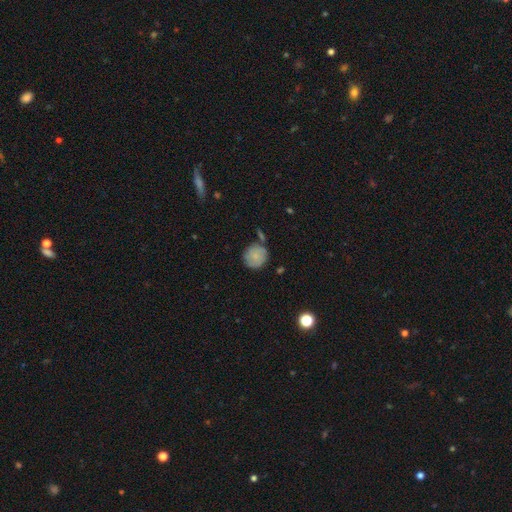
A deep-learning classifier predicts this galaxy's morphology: Q: Smooth or featured?
A: smooth (72%); runner-up: featured or disk (20%)
Q: How rounded?
A: round (89%); runner-up: in between (10%)
Q: Merging?
A: none (69%); runner-up: minor disturbance (18%)